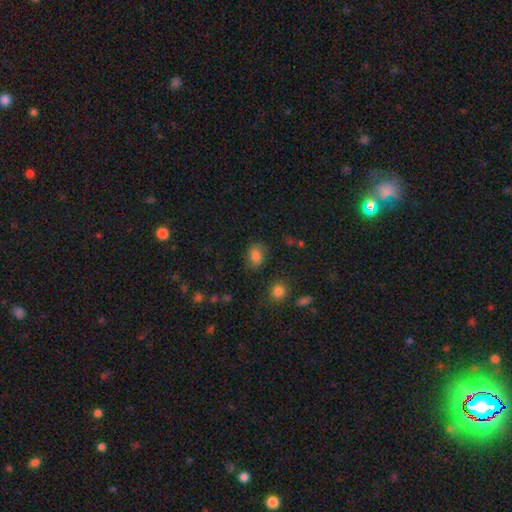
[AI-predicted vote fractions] Morphology: type=smooth (81%); roundness=in between (70%); merging=none (68%).